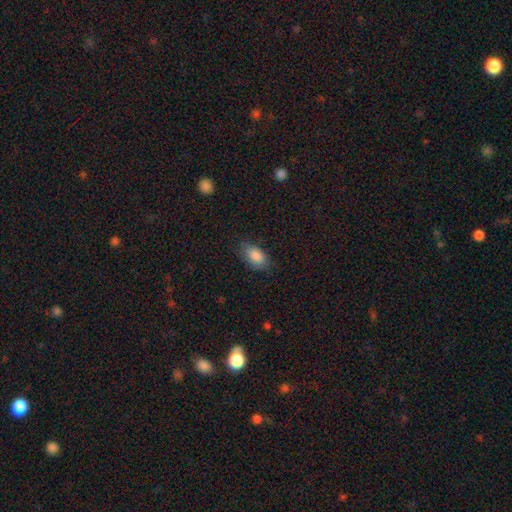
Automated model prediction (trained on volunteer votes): A smooth galaxy with no disk features (88%) that is in between round and cigar-shaped (91%). Merging: none (80%).